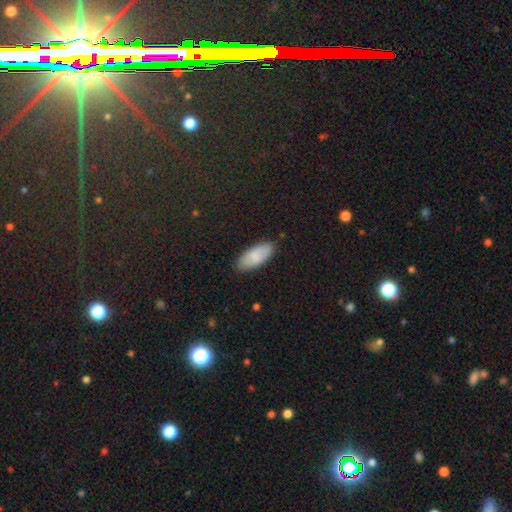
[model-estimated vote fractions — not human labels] This appears to be a smooth galaxy with no disk features (82%) that is in between round and cigar-shaped (85%). Merging: none (86%).